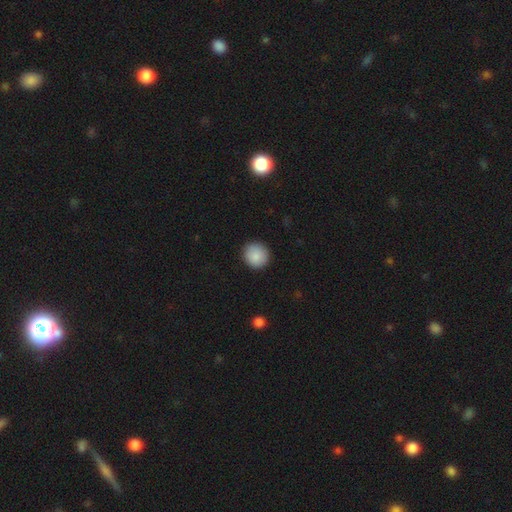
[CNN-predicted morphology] Smooth or featured? smooth (88%)
How rounded? round (91%)
Merging? none (91%)